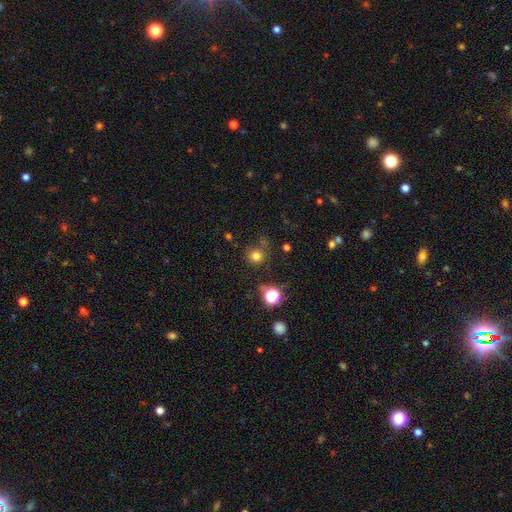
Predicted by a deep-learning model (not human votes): smooth 74%, star or artifact 20%, featured or disk 6%. Down the decision tree: how rounded — round (91%); merging — none (76%).